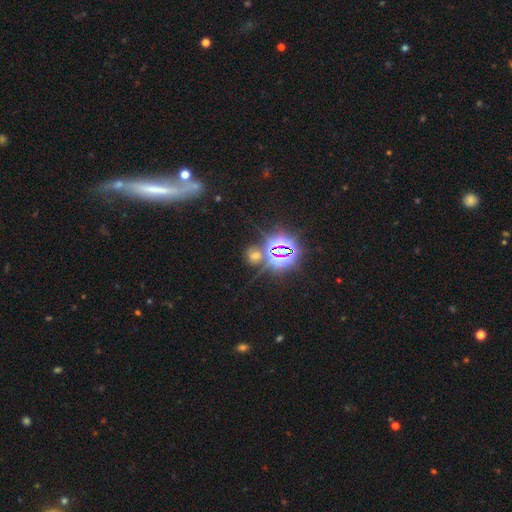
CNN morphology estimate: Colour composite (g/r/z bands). It shows a star or artifact, not a galaxy (61%).